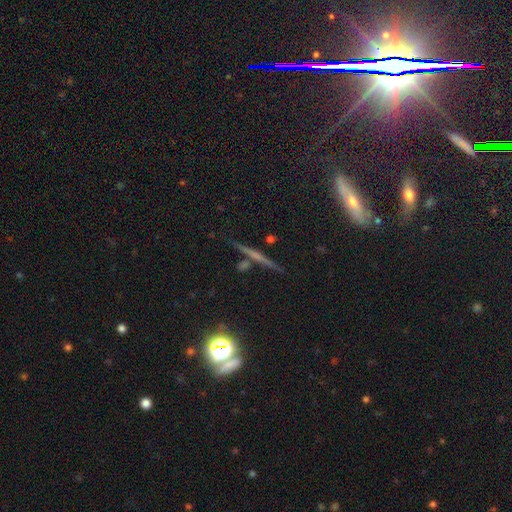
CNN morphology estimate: type=featured or disk (54%); edge-on=yes (96%); edge-on bulge=none (59%); merging=none (86%).